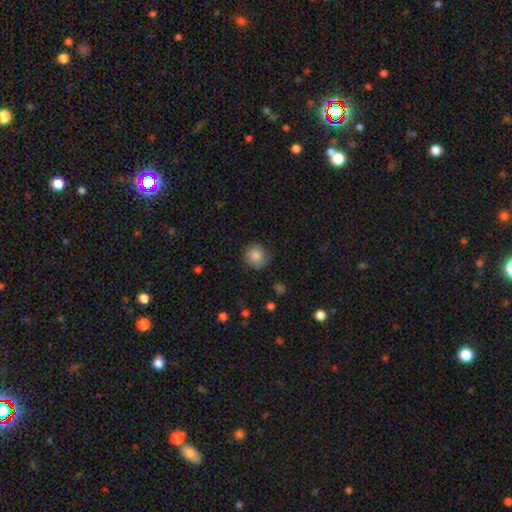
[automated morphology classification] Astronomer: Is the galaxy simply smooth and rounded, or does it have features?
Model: smooth — 84%.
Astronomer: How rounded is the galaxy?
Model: round — 91%.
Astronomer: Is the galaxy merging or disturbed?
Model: none — 82%.